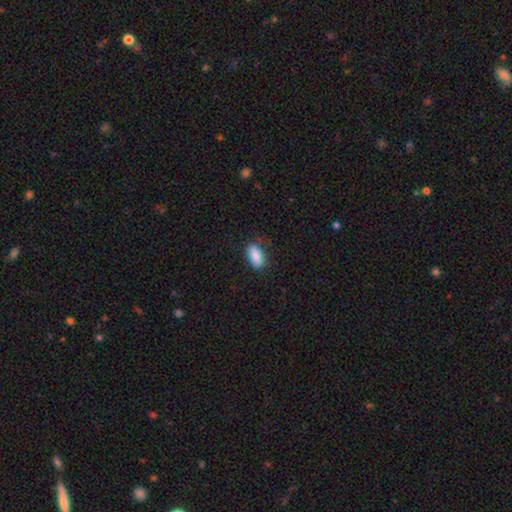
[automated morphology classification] A smooth galaxy with no disk features (86%) that is in between round and cigar-shaped (89%).

Vote fractions:
- Smooth or featured? smooth: 86% / star or artifact: 7% / featured or disk: 7%
- How rounded? in between: 89% / cigar-shaped: 7% / round: 3%
- Merging? none: 76% / minor disturbance: 18% / major disturbance: 5% / merger: 1%